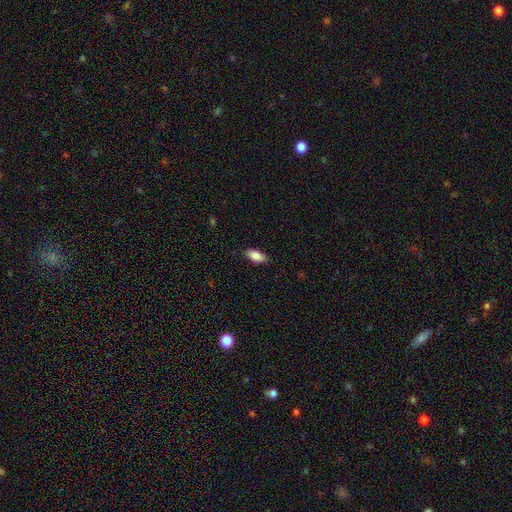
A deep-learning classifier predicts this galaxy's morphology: Smooth or featured? Predicted: smooth (p=0.85). How rounded? Predicted: in between (p=0.90). Merging? Predicted: none (p=0.87).